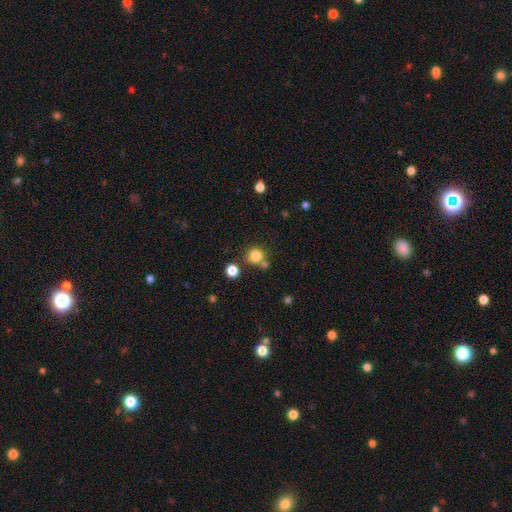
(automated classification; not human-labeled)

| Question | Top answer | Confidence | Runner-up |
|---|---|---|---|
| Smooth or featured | smooth | 81% | star or artifact (12%) |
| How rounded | round | 89% | in between (10%) |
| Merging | none | 70% | merger (17%) |